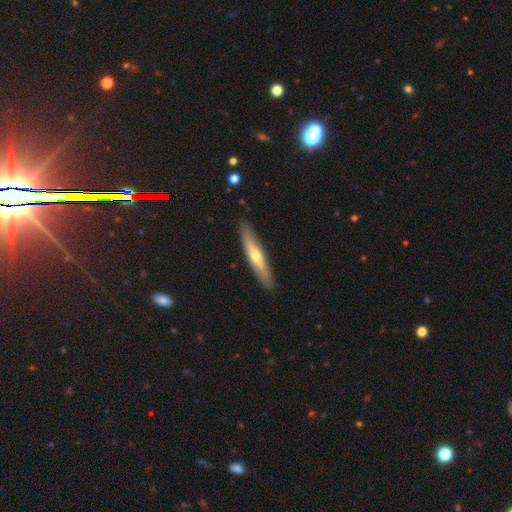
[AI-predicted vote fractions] This appears to be a featured or disk galaxy (58%) viewed edge-on (86%). Merging: none (89%).